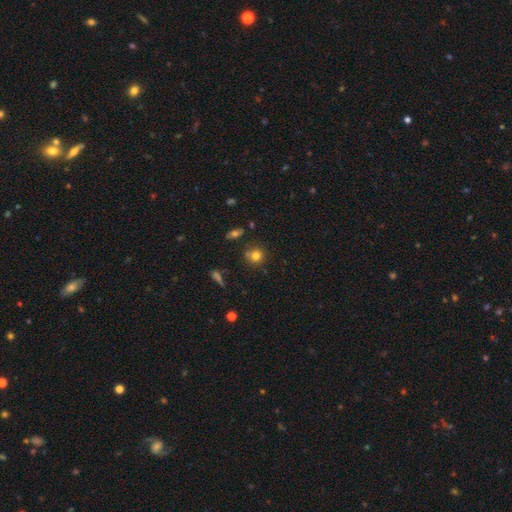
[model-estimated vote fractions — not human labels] Smooth or featured?
  - smooth: 77% *
  - star or artifact: 14%
  - featured or disk: 10%
How rounded?
  - round: 88% *
  - in between: 11%
  - cigar-shaped: 1%
Merging?
  - none: 75% *
  - minor disturbance: 12%
  - merger: 10%
  - major disturbance: 3%